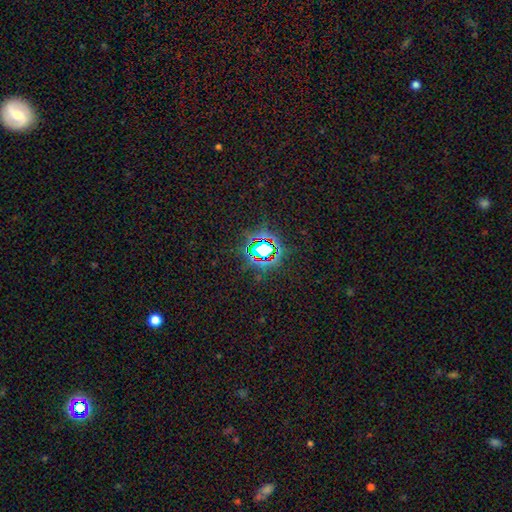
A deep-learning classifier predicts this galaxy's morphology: smooth-or-featured: star or artifact: 74% | smooth: 16% | featured or disk: 10%